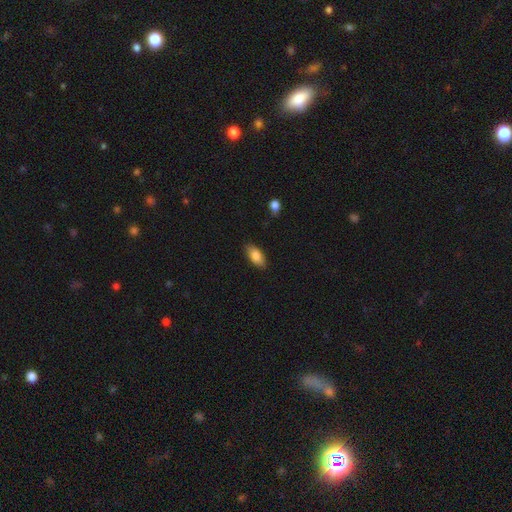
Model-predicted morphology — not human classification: Smooth or featured? smooth (84%)
How rounded? in between (90%)
Merging? none (86%)